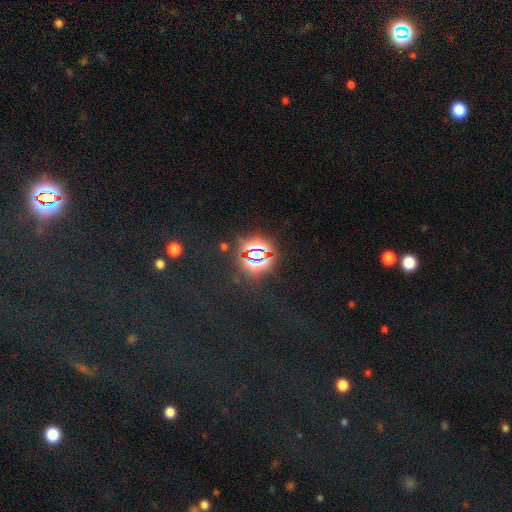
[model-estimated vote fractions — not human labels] Morphology: type=star or artifact (75%).